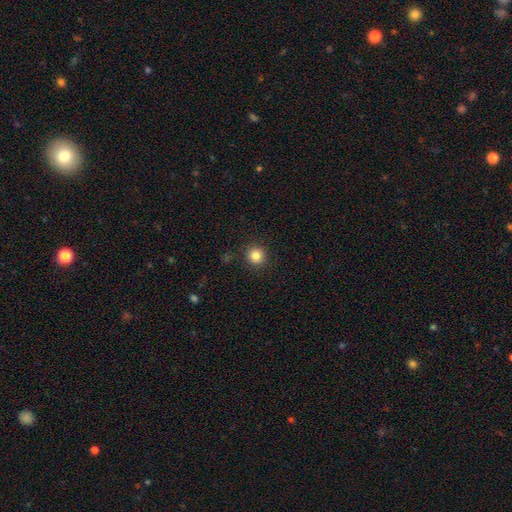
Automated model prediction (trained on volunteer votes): smooth-or-featured: smooth: 83% | star or artifact: 12% | featured or disk: 5%
  how-rounded: round: 94% | in between: 5% | cigar-shaped: 1%
  merging: none: 91% | minor disturbance: 6% | major disturbance: 2% | merger: 1%